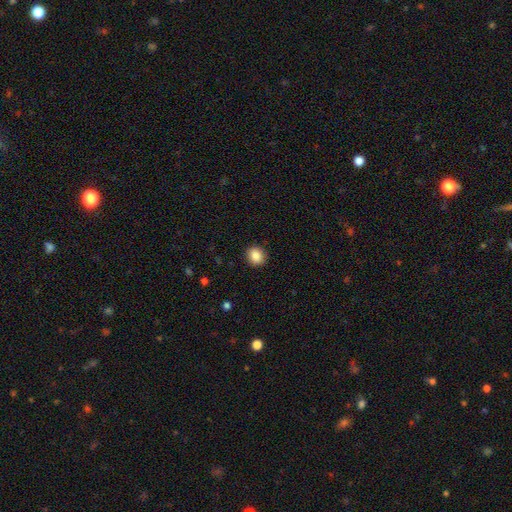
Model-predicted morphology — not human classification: Smooth or featured?
  - smooth: 86% *
  - star or artifact: 9%
  - featured or disk: 5%
How rounded?
  - round: 78% *
  - in between: 21%
  - cigar-shaped: 1%
Merging?
  - none: 91% *
  - minor disturbance: 7%
  - major disturbance: 2%
  - merger: 1%